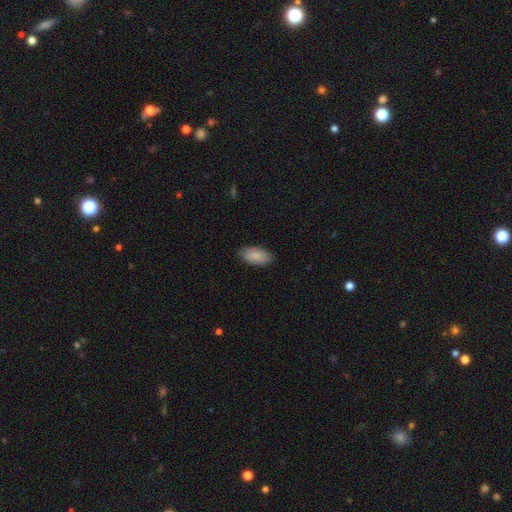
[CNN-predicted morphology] type=smooth (87%); roundness=in between (94%); merging=none (84%).